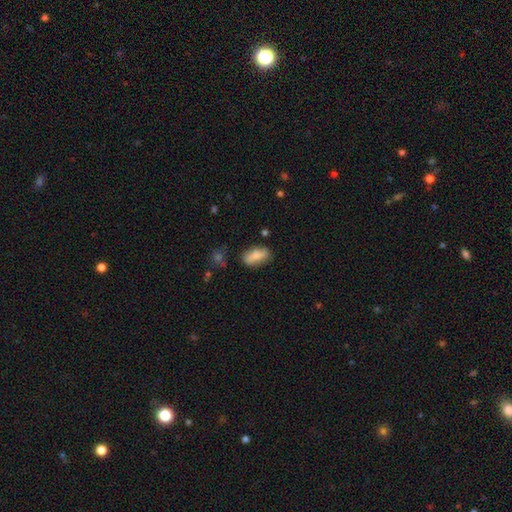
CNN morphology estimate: smooth_or_featured: smooth (p=0.78) [alt: featured or disk p=0.15]
how_rounded: in between (p=0.81) [alt: cigar-shaped p=0.15]
merging: none (p=0.67) [alt: minor disturbance p=0.21]